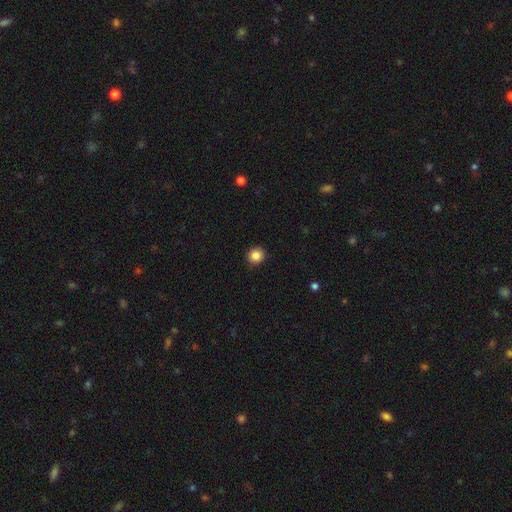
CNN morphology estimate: A smooth galaxy with no disk features (86%) that is round (92%).

Vote fractions:
- Smooth or featured? smooth: 86% / star or artifact: 10% / featured or disk: 4%
- How rounded? round: 92% / in between: 7% / cigar-shaped: 1%
- Merging? none: 91% / minor disturbance: 6% / major disturbance: 2% / merger: 1%